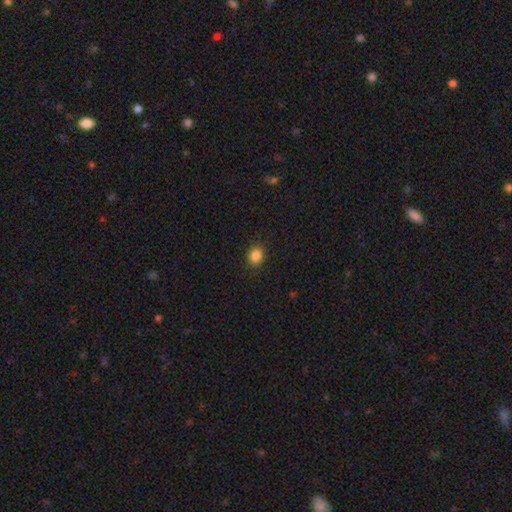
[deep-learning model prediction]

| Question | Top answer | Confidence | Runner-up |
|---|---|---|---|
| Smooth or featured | smooth | 85% | star or artifact (11%) |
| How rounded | round | 62% | in between (37%) |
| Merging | none | 88% | minor disturbance (9%) |